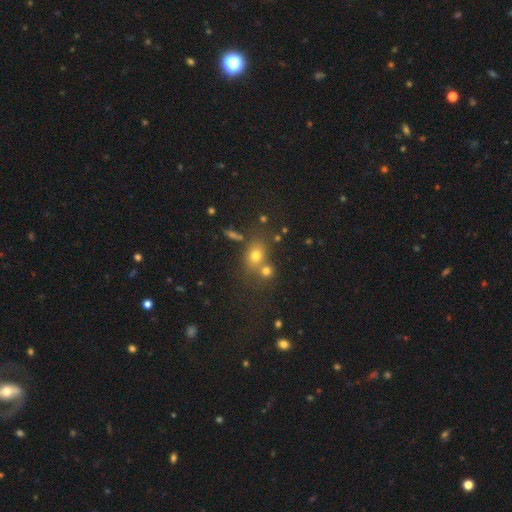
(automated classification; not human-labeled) Overall: smooth (71%). How rounded: round (52%; in between 46%). Merging: none (54%; merger 30%).